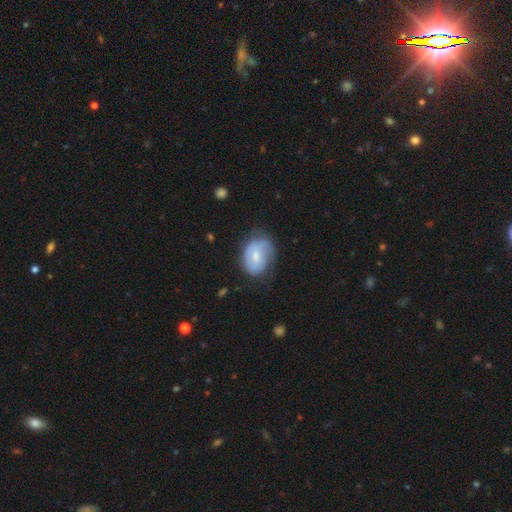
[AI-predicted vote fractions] Overall: featured or disk (52%; smooth 41%). Edge-on disk: no (97%). Bar: no (46%, tied with weak). Spiral arms: yes (76%). Bulge size: small (46%, tied with moderate). Merging: none (56%; minor disturbance 30%).